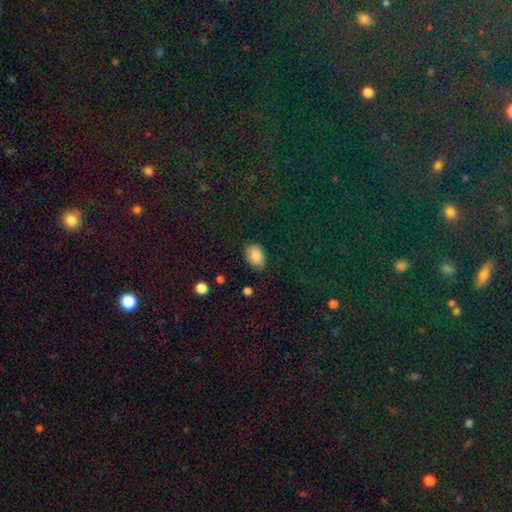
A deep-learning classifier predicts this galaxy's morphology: A smooth galaxy with no disk features (83%) that is in between round and cigar-shaped (82%).

Vote fractions:
- Smooth or featured? smooth: 83% / star or artifact: 9% / featured or disk: 8%
- How rounded? in between: 82% / round: 17% / cigar-shaped: 1%
- Merging? none: 73% / minor disturbance: 21% / major disturbance: 4% / merger: 1%